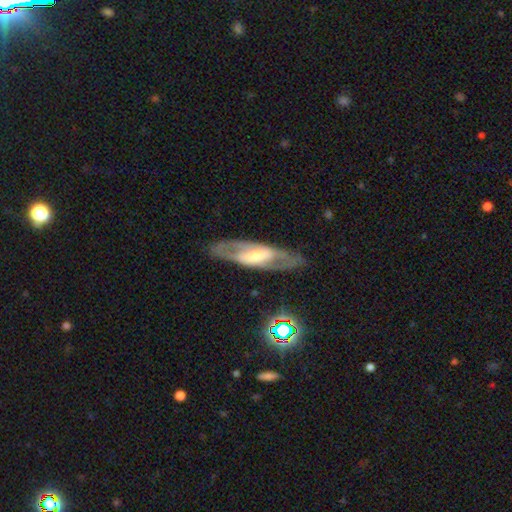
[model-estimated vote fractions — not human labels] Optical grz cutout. It shows a featured or disk galaxy (72%) with a strong bar (45%), spiral arms (59%) and a moderate central bulge (43%). Merging: none (82%).